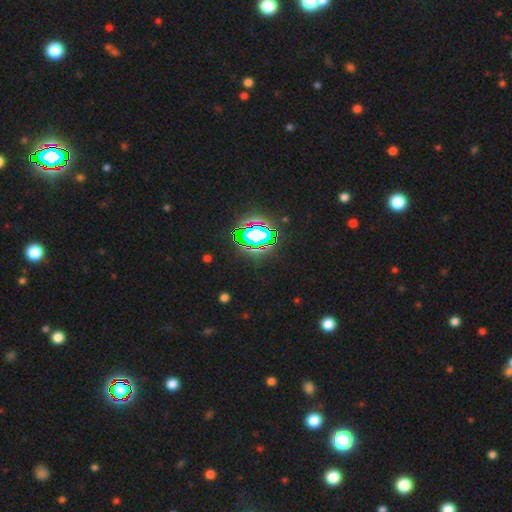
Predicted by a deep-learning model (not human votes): A star or artifact, not a galaxy (80%).

Vote fractions:
- Smooth or featured? star or artifact: 80% / smooth: 13% / featured or disk: 8%